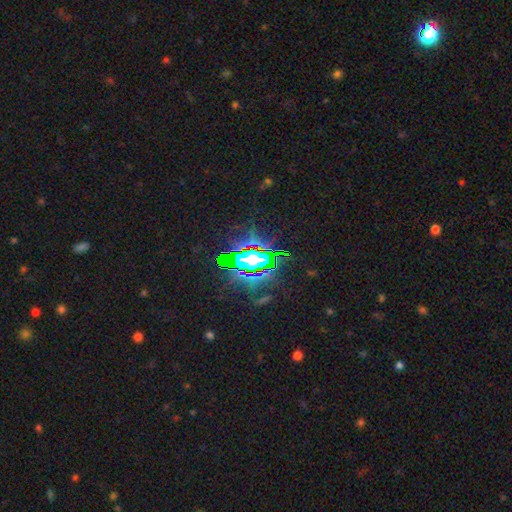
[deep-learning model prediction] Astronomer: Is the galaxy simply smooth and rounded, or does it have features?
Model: star or artifact — 73%.